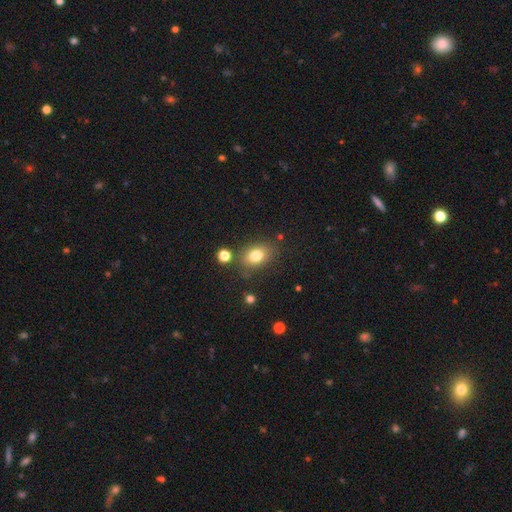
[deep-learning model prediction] Q: Smooth or featured?
A: smooth (78%); runner-up: star or artifact (11%)
Q: How rounded?
A: in between (68%); runner-up: round (31%)
Q: Merging?
A: none (75%); runner-up: minor disturbance (15%)